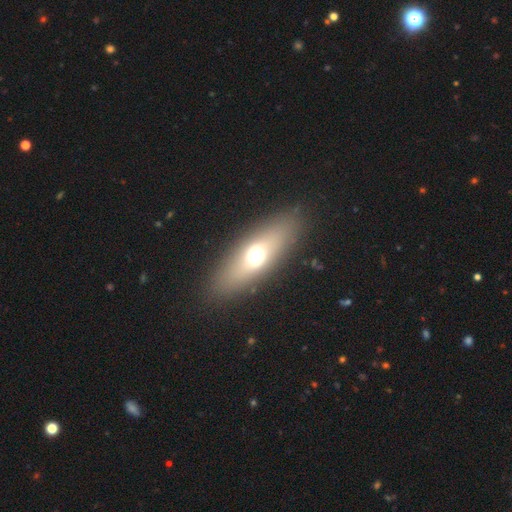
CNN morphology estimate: Overall: smooth (57%; featured or disk 32%). How rounded: in between (62%; cigar-shaped 32%). Merging: none (86%).